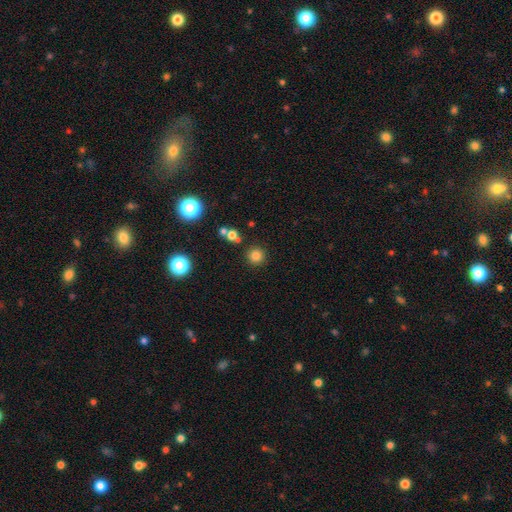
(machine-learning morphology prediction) smooth 78%, star or artifact 16%, featured or disk 6%. Down the decision tree: how rounded — round (94%); merging — none (85%).